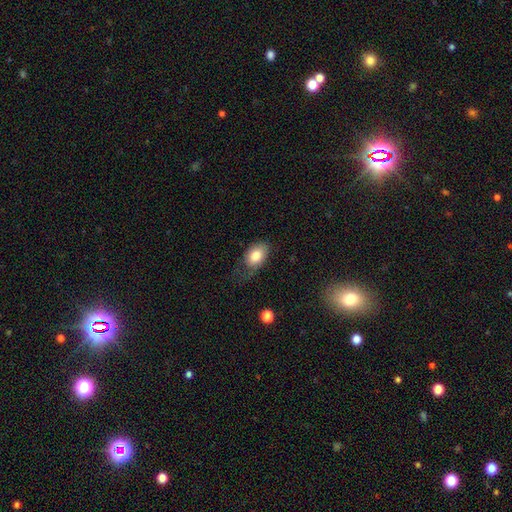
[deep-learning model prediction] This is clearly a smooth galaxy (81%). How rounded: clearly in between (88%). Merging: possibly none (49%).